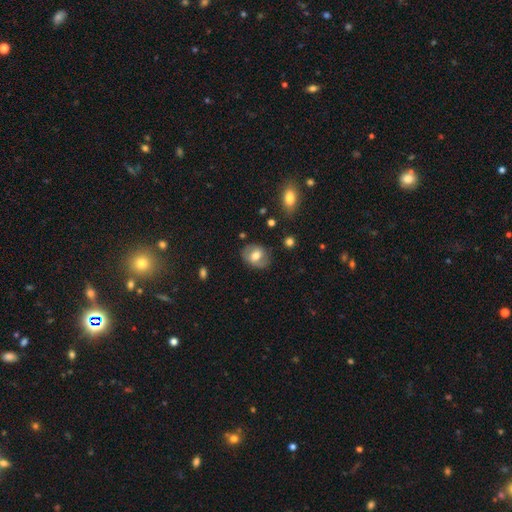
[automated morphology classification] Smooth or featured?
  - smooth: 57% *
  - featured or disk: 36%
  - star or artifact: 8%
How rounded?
  - in between: 54% *
  - round: 44%
  - cigar-shaped: 1%
Merging?
  - none: 76% *
  - minor disturbance: 17%
  - major disturbance: 5%
  - merger: 2%